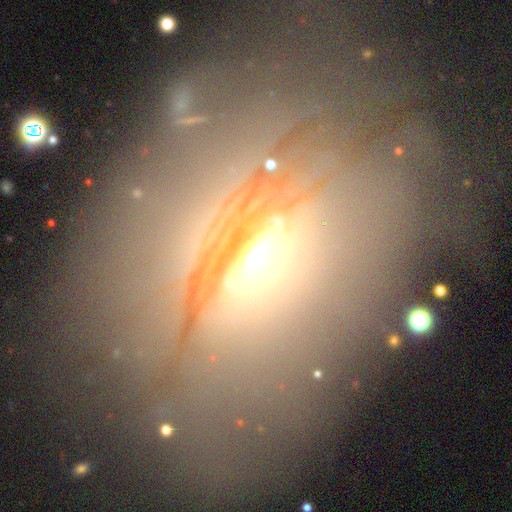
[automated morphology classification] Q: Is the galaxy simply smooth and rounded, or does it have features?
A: featured or disk — 61%.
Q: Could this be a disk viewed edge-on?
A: no — 64%.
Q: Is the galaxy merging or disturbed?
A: none — 53%.